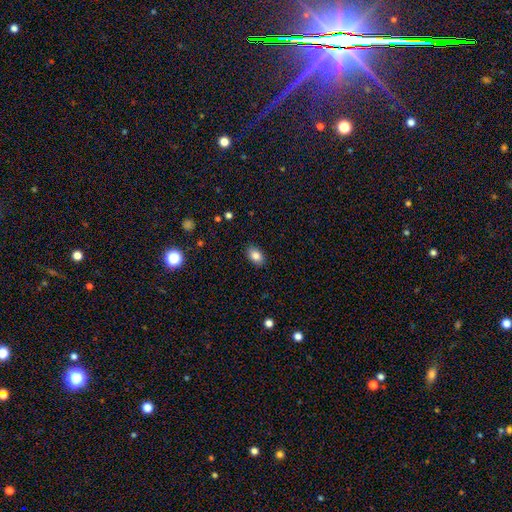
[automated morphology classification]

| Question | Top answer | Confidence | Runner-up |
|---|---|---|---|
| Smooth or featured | smooth | 85% | star or artifact (9%) |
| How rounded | in between | 82% | round (17%) |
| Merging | none | 88% | minor disturbance (9%) |